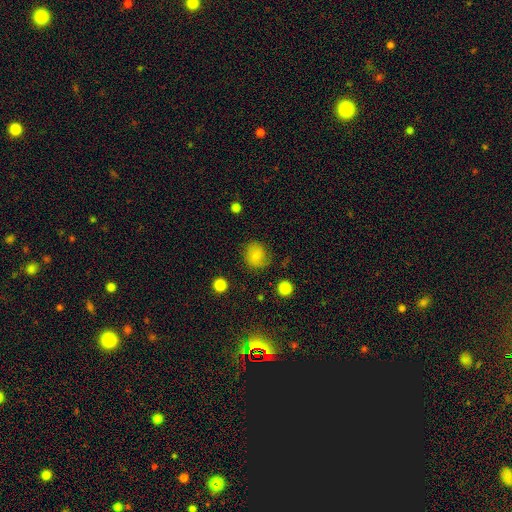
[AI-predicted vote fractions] This appears to be a smooth galaxy with no disk features (77%) that is round (78%). Merging: none (69%).